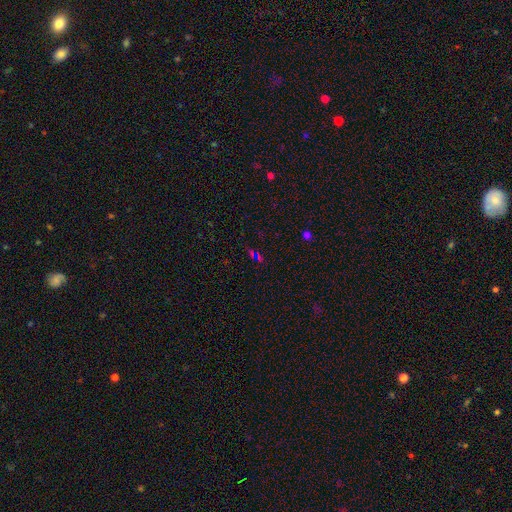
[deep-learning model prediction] Smooth or featured? star or artifact (58%)